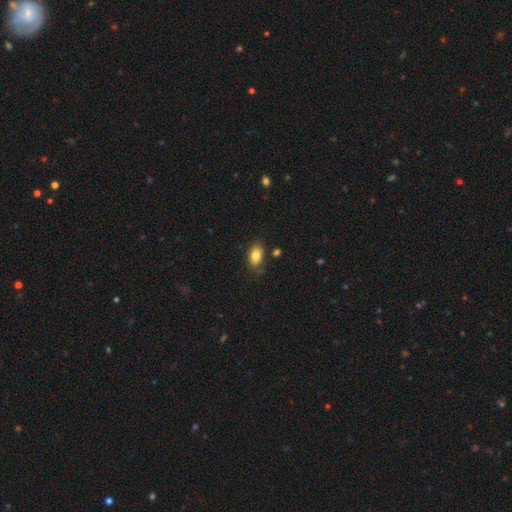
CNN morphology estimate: type=smooth (83%); roundness=in between (89%); merging=none (78%).